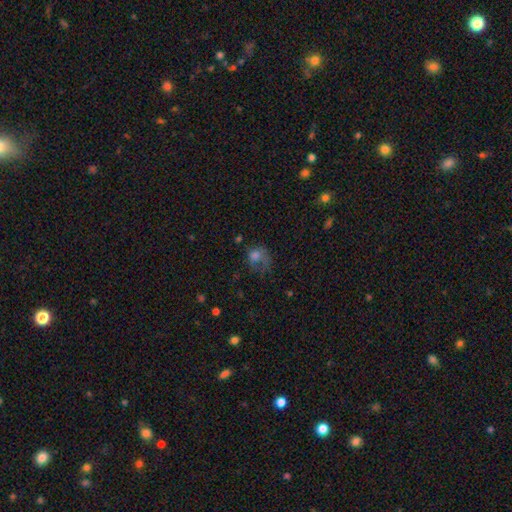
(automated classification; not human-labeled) Smooth or featured? smooth (62%)
How rounded? round (56%)
Merging? major disturbance (47%)